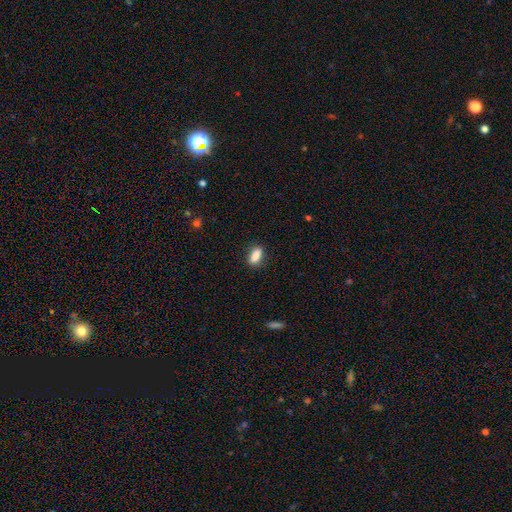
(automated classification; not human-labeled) smooth-or-featured: smooth: 87% | star or artifact: 8% | featured or disk: 5%
  how-rounded: in between: 78% | cigar-shaped: 17% | round: 5%
  merging: none: 85% | minor disturbance: 11% | major disturbance: 3% | merger: 1%